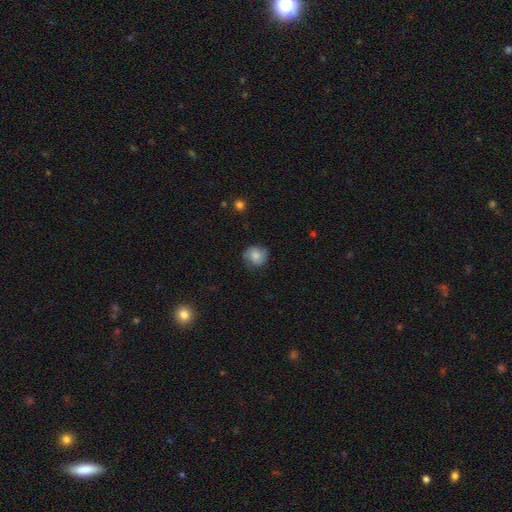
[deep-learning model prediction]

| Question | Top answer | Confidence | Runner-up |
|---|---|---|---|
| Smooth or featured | smooth | 58% | featured or disk (33%) |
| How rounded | round | 80% | in between (19%) |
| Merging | none | 74% | minor disturbance (19%) |